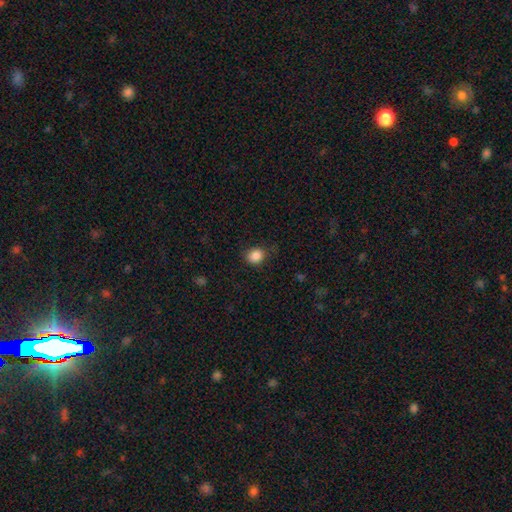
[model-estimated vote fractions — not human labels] Smooth or featured?
  - smooth: 86% *
  - star or artifact: 10%
  - featured or disk: 3%
How rounded?
  - round: 74% *
  - in between: 26%
  - cigar-shaped: 1%
Merging?
  - none: 79% *
  - minor disturbance: 16%
  - major disturbance: 4%
  - merger: 1%